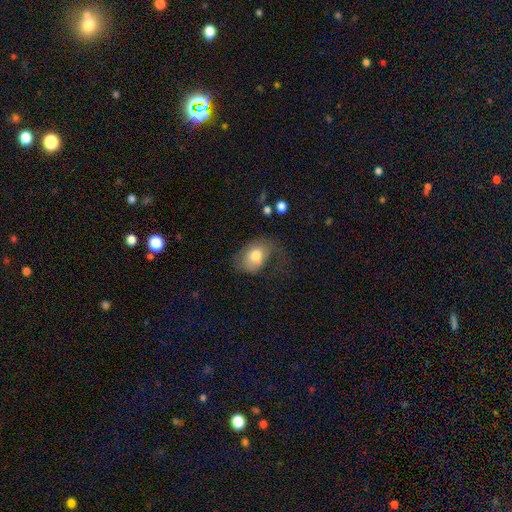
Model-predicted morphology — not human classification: A smooth galaxy with no disk features (71%) that is in between round and cigar-shaped (73%). Merging: none (35%, tied with major disturbance).